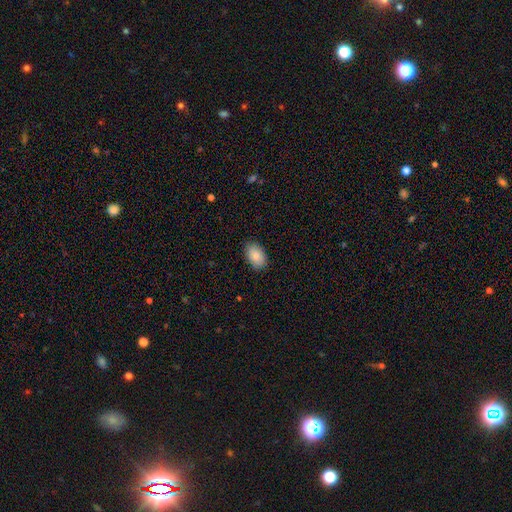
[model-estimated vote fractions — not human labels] Q: Smooth or featured?
A: smooth (86%); runner-up: featured or disk (7%)
Q: How rounded?
A: in between (91%); runner-up: round (8%)
Q: Merging?
A: none (88%); runner-up: minor disturbance (9%)